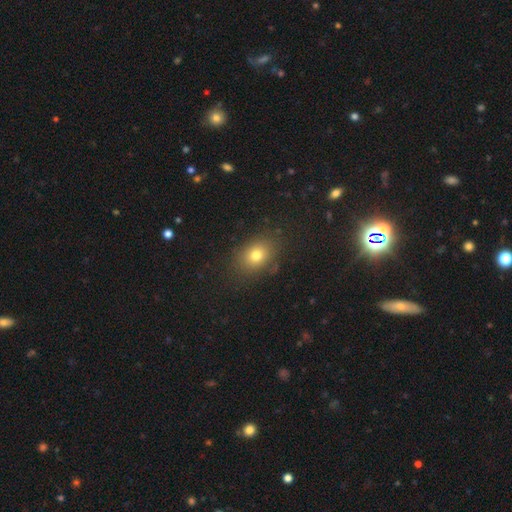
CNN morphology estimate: Overall: smooth (76%). How rounded: in between (62%; round 36%). Merging: none (82%).